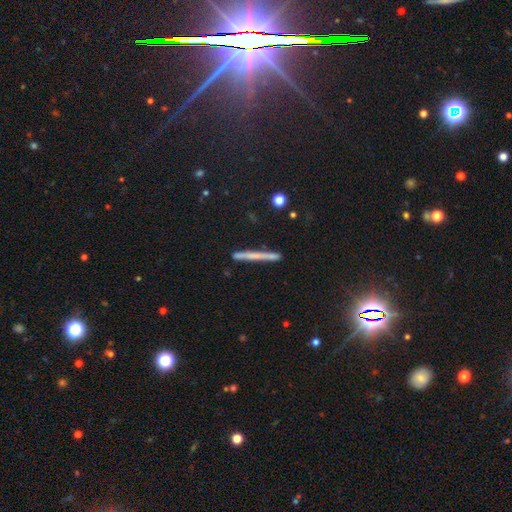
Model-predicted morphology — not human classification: Smooth or featured?
  - smooth: 51% *
  - featured or disk: 37%
  - star or artifact: 12%
How rounded?
  - cigar-shaped: 96% *
  - in between: 2%
  - round: 2%
Merging?
  - none: 88% *
  - minor disturbance: 9%
  - merger: 2%
  - major disturbance: 2%